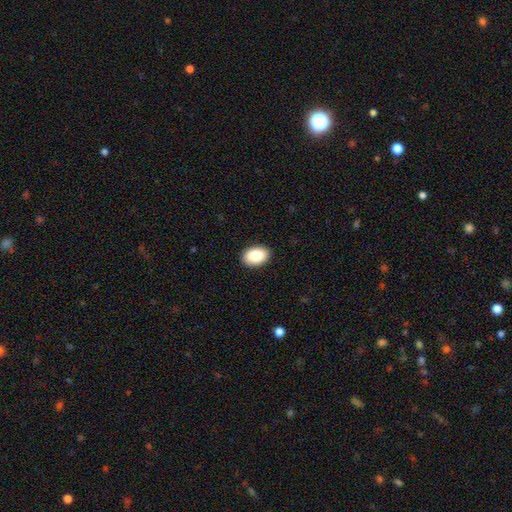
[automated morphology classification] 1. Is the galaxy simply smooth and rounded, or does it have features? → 88% smooth, 7% star or artifact, 5% featured or disk.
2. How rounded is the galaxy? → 87% in between, 12% round, 1% cigar-shaped.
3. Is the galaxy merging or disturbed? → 90% none, 7% minor disturbance, 2% major disturbance, 1% merger.